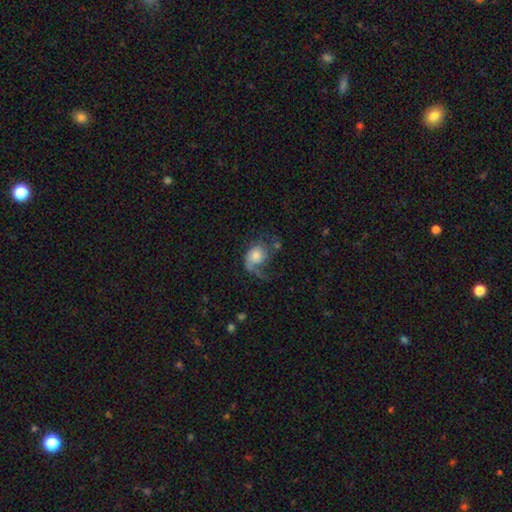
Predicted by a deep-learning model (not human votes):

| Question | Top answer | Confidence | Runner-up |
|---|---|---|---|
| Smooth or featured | featured or disk | 63% | smooth (29%) |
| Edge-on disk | no | 97% | yes (3%) |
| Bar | no | 75% | weak (21%) |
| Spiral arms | yes | 88% | no (12%) |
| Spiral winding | loose | 54% | medium (32%) |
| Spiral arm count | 1 | 59% | 2 (31%) |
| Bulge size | moderate | 48% | small (31%) |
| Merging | none | 39% | major disturbance (37%) |